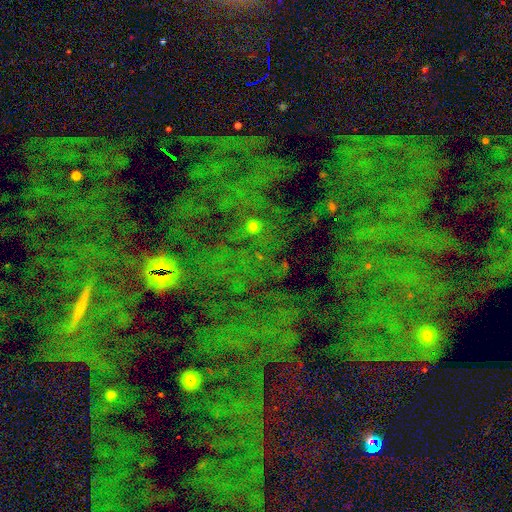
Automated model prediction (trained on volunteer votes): This appears to be a star or artifact, not a galaxy (80%).